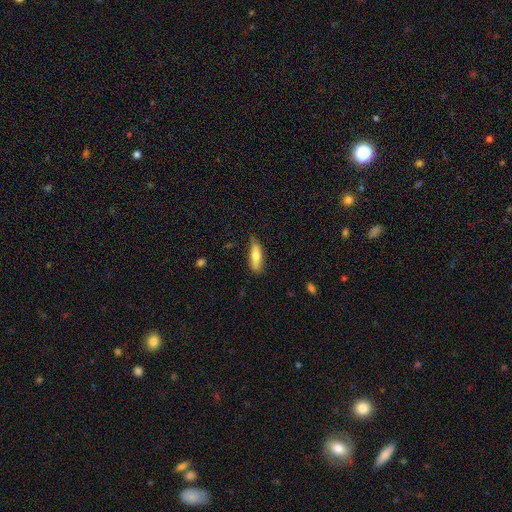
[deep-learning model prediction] Smooth or featured? Predicted: smooth (p=0.71). How rounded? Predicted: cigar-shaped (p=0.51). Merging? Predicted: none (p=0.71).